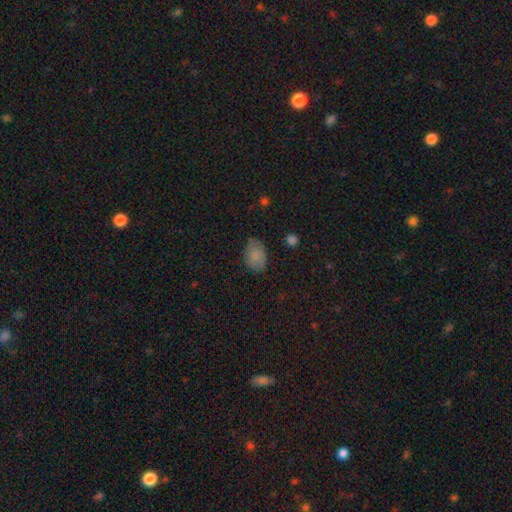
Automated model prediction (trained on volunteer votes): The model was most divided on "merging": none: 70%, minor disturbance: 23%, major disturbance: 5%, merger: 2%. More confident: how rounded — in between (79%); smooth or featured — smooth (79%).